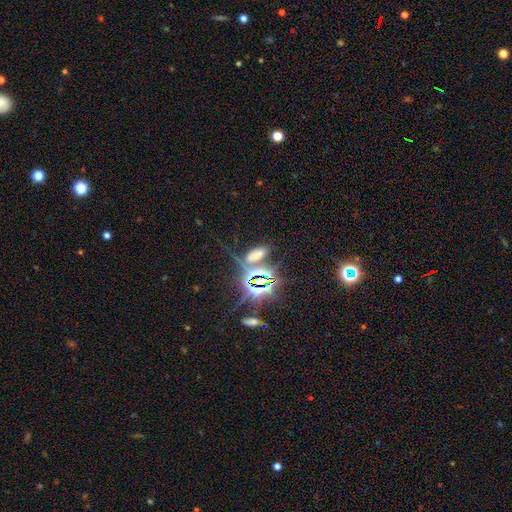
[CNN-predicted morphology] A star or artifact, not a galaxy (49%).